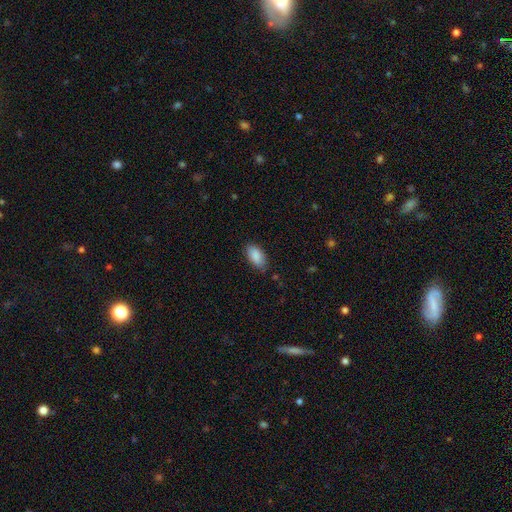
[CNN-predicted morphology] Smooth or featured? Predicted: smooth (p=0.88). How rounded? Predicted: in between (p=0.93). Merging? Predicted: none (p=0.78).